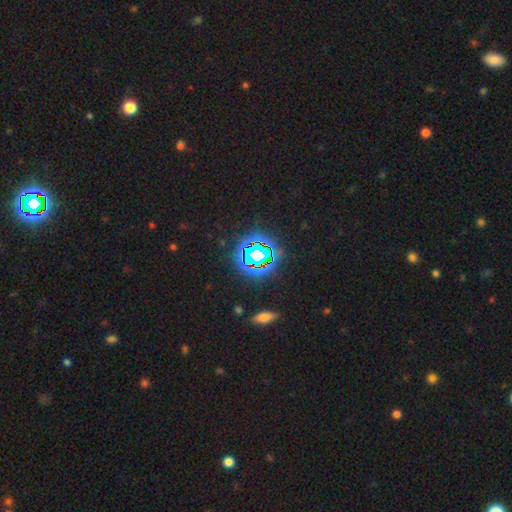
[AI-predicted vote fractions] Q: Smooth or featured?
A: star or artifact (73%); runner-up: smooth (15%)